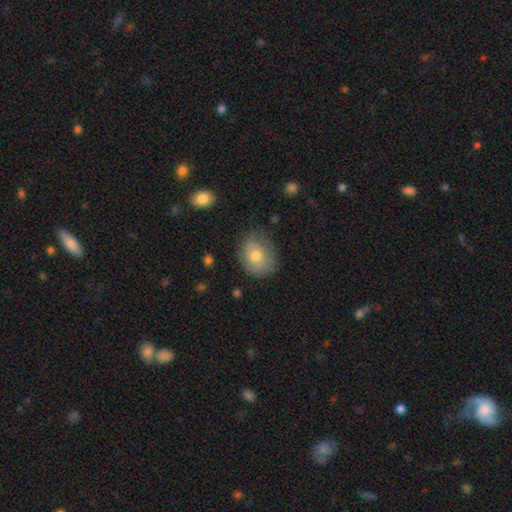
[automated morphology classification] Smooth or featured?
  - smooth: 71% *
  - featured or disk: 21%
  - star or artifact: 8%
How rounded?
  - round: 51% *
  - in between: 48%
  - cigar-shaped: 1%
Merging?
  - none: 68% *
  - minor disturbance: 23%
  - major disturbance: 7%
  - merger: 2%